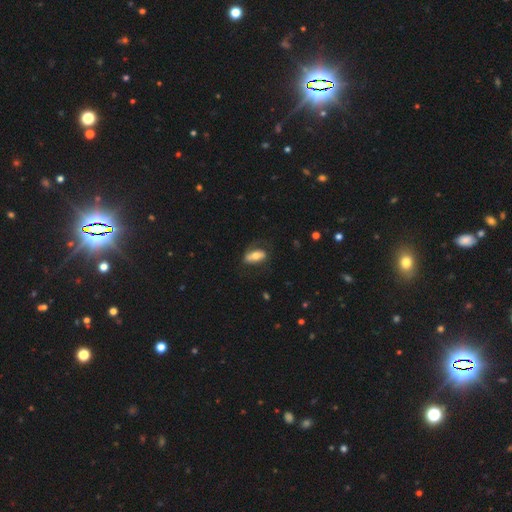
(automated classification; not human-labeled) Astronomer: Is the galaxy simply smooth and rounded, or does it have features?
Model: smooth — 51% (runner-up: featured or disk, 43%).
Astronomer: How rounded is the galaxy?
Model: in between — 85%.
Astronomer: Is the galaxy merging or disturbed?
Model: none — 58%.